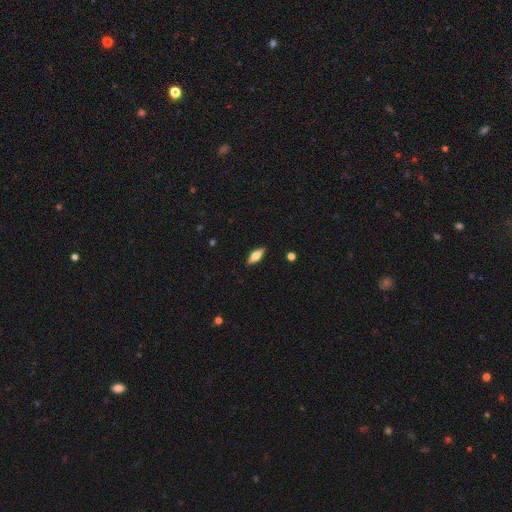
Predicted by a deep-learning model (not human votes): Overall: smooth (59%; featured or disk 35%). How rounded: in between (68%; cigar-shaped 29%). Merging: none (89%).